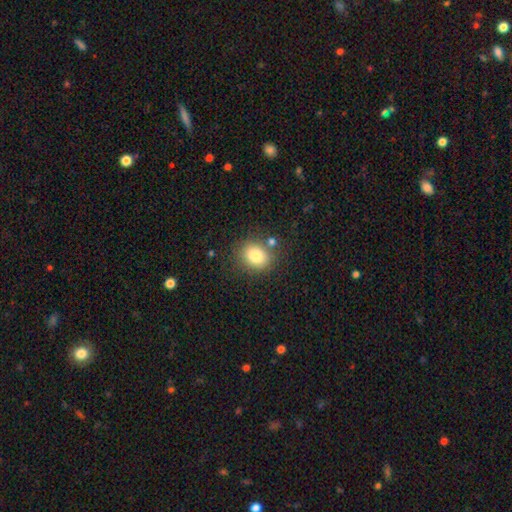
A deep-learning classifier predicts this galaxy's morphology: Smooth or featured? Predicted: smooth (p=0.82). How rounded? Predicted: round (p=0.62). Merging? Predicted: none (p=0.77).